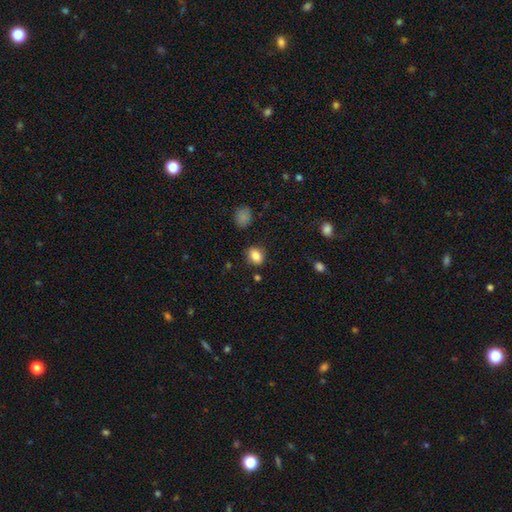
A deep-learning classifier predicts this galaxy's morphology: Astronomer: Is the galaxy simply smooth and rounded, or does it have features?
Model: smooth — 83%.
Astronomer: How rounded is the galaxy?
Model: in between — 50% (runner-up: round, 49%).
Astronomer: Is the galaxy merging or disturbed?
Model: none — 83%.